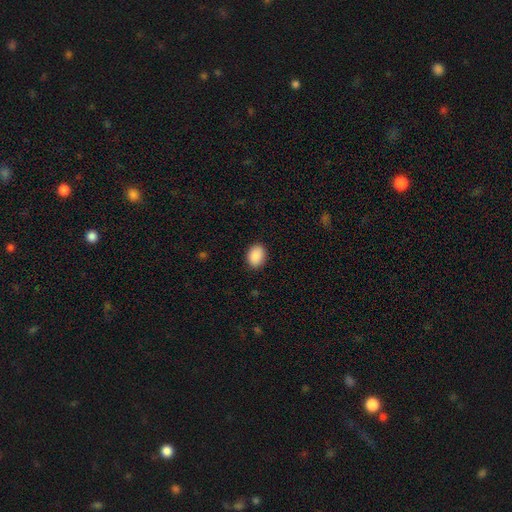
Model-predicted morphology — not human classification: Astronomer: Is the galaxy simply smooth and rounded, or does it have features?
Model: smooth — 90%.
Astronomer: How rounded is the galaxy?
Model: in between — 72%.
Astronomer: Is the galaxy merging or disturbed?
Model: none — 89%.